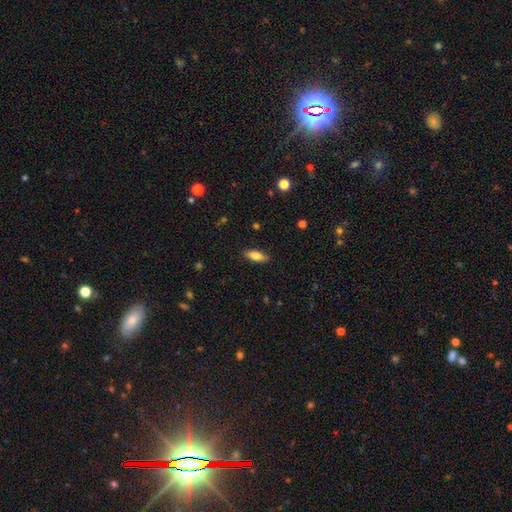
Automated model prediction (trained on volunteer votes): This appears to be a smooth galaxy with no disk features (81%) that is in between round and cigar-shaped (72%). Merging: none (87%).